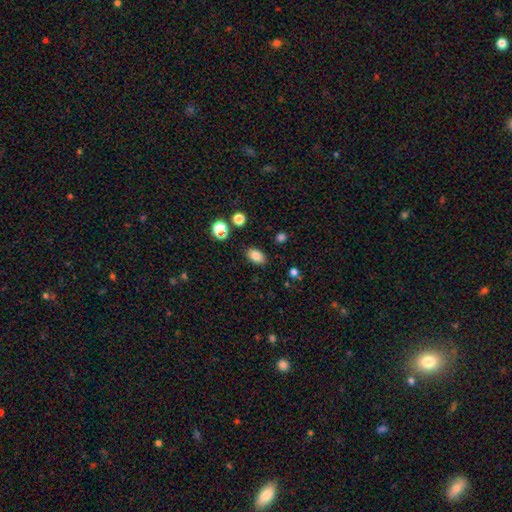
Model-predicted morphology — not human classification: A smooth galaxy with no disk features (82%) that is in between round and cigar-shaped (87%).

Vote fractions:
- Smooth or featured? smooth: 82% / star or artifact: 11% / featured or disk: 7%
- How rounded? in between: 87% / round: 11% / cigar-shaped: 2%
- Merging? none: 86% / minor disturbance: 10% / major disturbance: 3% / merger: 2%